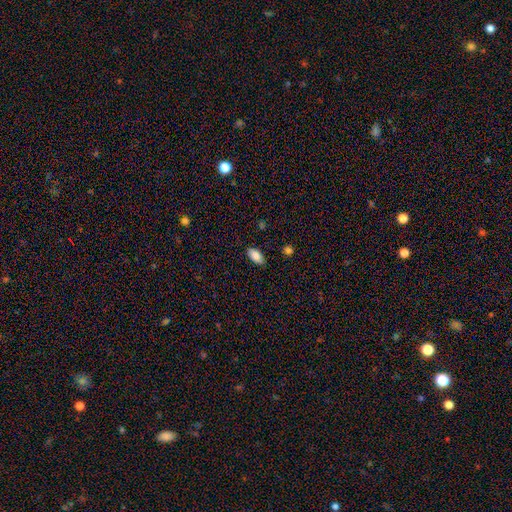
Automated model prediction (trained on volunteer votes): Morphology: type=smooth (87%); roundness=in between (92%); merging=none (84%).